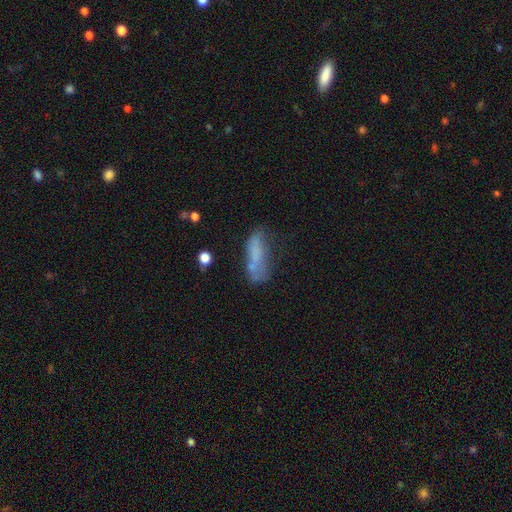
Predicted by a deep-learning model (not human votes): Smooth or featured? smooth (57%)
How rounded? in between (50%)
Merging? none (38%)